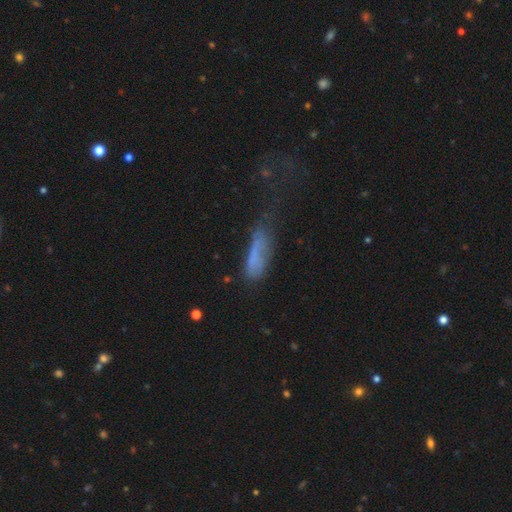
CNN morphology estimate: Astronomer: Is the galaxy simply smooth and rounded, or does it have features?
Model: smooth — 61%.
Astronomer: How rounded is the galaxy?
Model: cigar-shaped — 63%.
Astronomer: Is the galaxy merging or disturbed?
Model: major disturbance — 39% (runner-up: none, 27%).